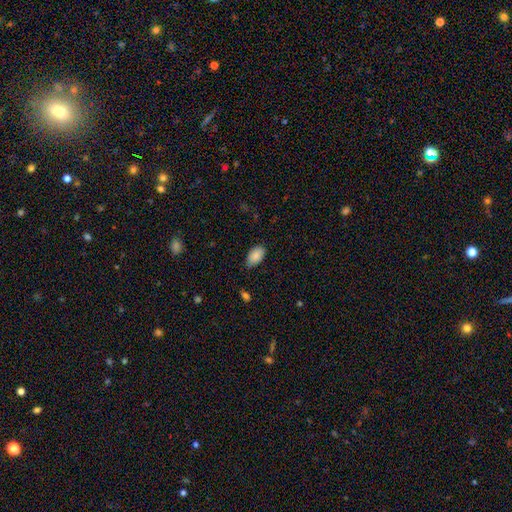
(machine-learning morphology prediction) The model was most divided on "merging": none: 76%, minor disturbance: 20%, major disturbance: 3%, merger: 1%. More confident: how rounded — in between (93%); smooth or featured — smooth (87%).